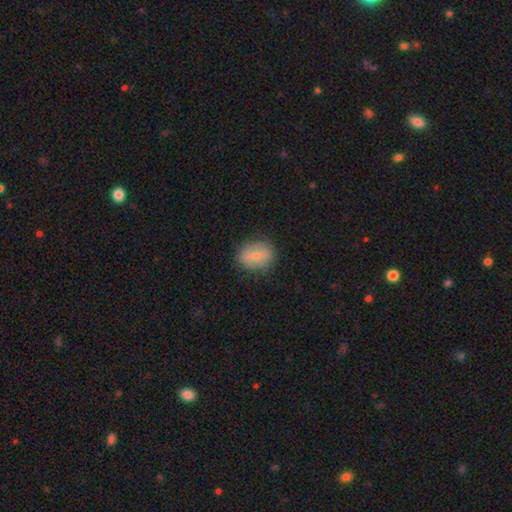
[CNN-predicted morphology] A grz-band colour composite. It shows a smooth galaxy with no disk features (63%) that is in between round and cigar-shaped (55%). Merging: none (83%).